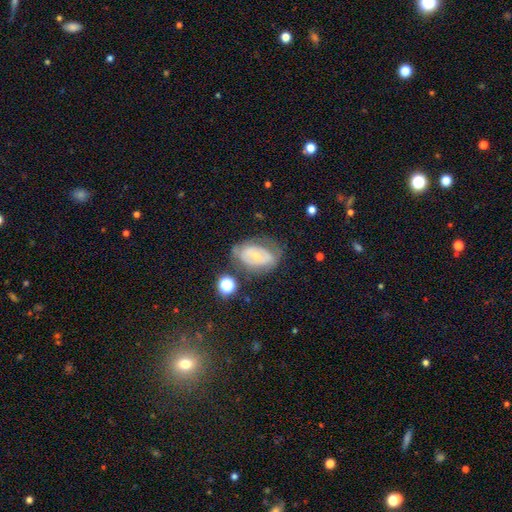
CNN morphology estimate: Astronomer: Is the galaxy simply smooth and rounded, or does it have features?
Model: featured or disk — 61%.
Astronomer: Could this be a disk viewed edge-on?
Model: no — 93%.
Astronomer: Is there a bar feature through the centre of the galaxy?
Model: no — 60%.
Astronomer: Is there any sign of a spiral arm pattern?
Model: no — 53% (runner-up: yes, 47%).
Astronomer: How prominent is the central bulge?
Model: small — 60% (runner-up: moderate, 35%).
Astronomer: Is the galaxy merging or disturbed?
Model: none — 57%.